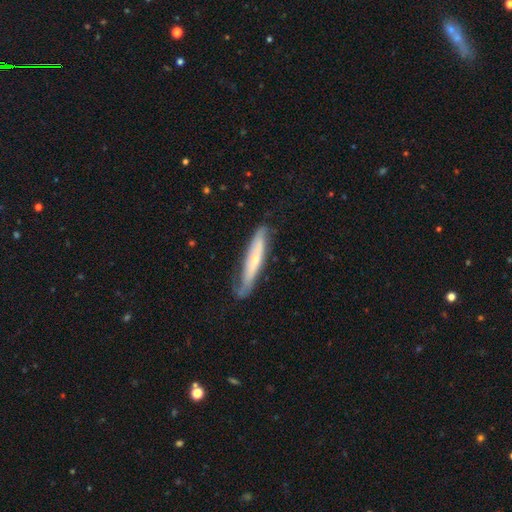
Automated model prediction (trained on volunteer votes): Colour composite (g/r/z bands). It shows a featured or disk galaxy (53%) viewed edge-on (73%). Merging: none (75%).